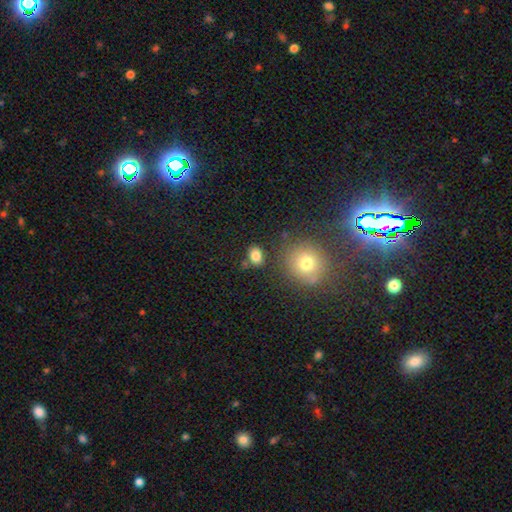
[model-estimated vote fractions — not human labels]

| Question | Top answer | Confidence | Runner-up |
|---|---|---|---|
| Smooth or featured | smooth | 82% | star or artifact (12%) |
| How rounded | in between | 65% | round (34%) |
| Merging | none | 76% | minor disturbance (12%) |